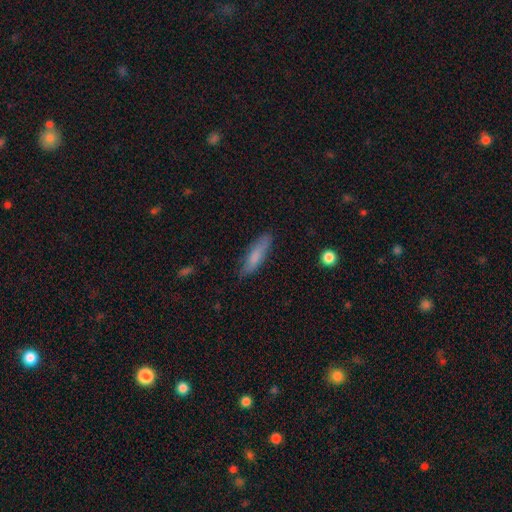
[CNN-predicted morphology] This is likely a smooth galaxy (78%). How rounded: likely cigar-shaped (71%). Merging: clearly none (81%).